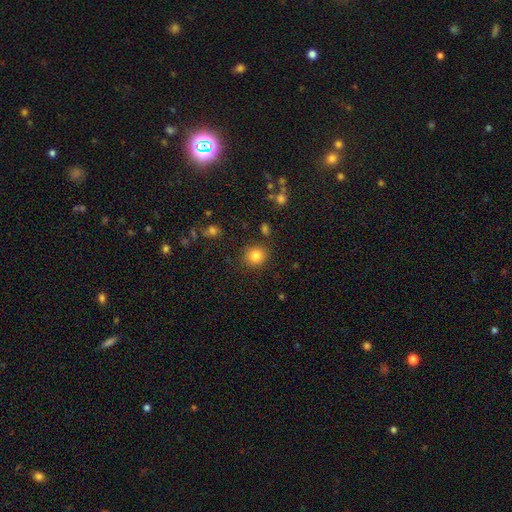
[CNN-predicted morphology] This appears to be a smooth galaxy with no disk features (83%) that is round (83%). Merging: none (86%).